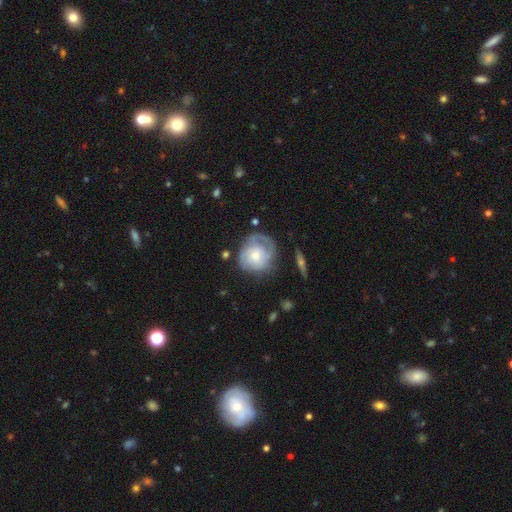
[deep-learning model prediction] This appears to be a featured or disk galaxy (56%) with no bar (81%), spiral arms (70%) and a moderate central bulge (48%). Merging: none (54%).